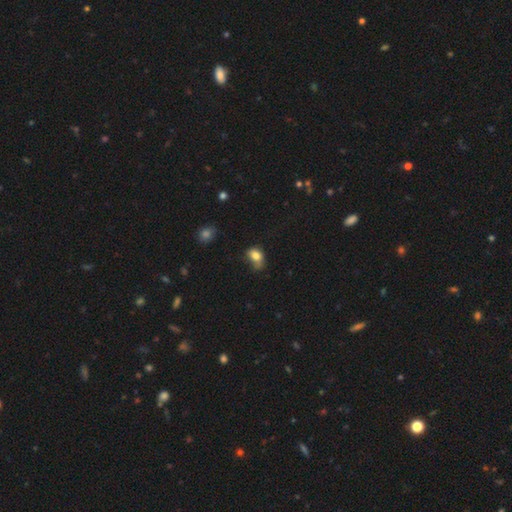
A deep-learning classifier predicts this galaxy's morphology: A smooth galaxy with no disk features (79%) that is in between round and cigar-shaped (68%). Merging: minor disturbance (40%).